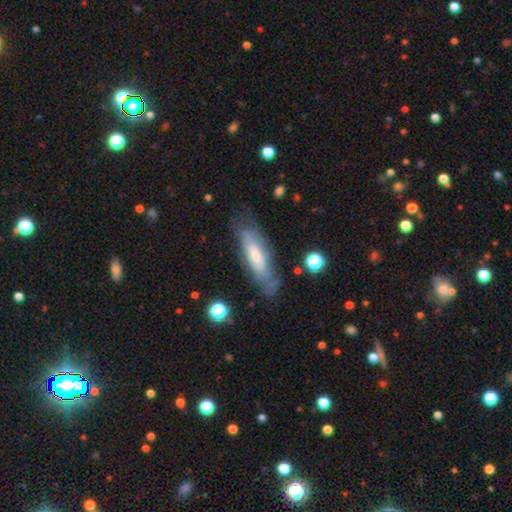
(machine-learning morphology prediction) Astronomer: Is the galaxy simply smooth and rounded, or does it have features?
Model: featured or disk — 48% (runner-up: smooth, 45%).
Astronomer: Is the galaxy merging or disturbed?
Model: none — 65%.